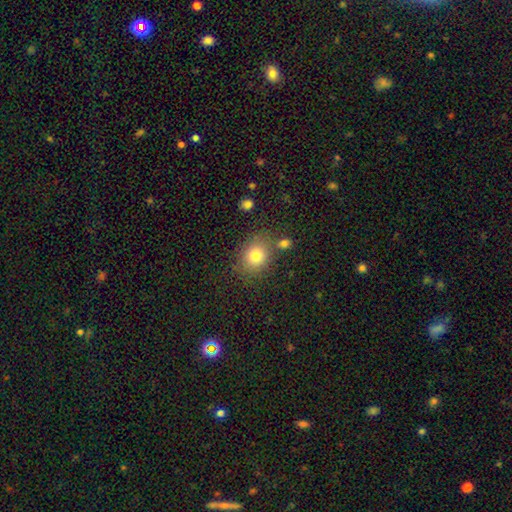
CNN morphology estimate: Overall: smooth (79%). How rounded: round (60%; in between 39%). Merging: none (74%).